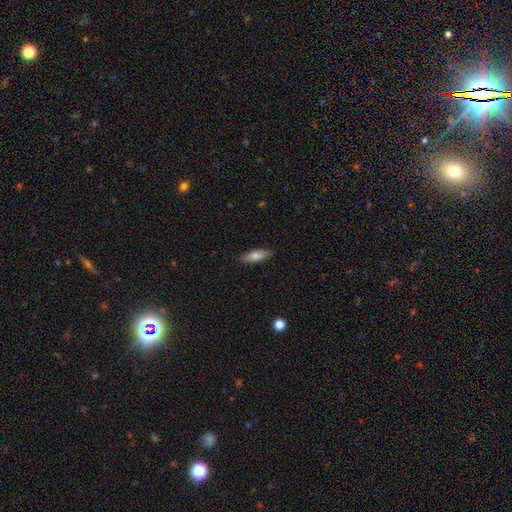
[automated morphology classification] Smooth or featured?
  - smooth: 75% *
  - featured or disk: 18%
  - star or artifact: 6%
How rounded?
  - in between: 60% *
  - cigar-shaped: 38%
  - round: 2%
Merging?
  - none: 88% *
  - minor disturbance: 9%
  - major disturbance: 2%
  - merger: 1%